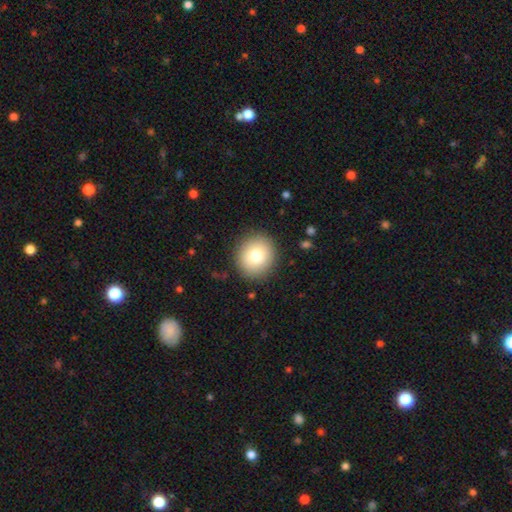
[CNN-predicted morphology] Smooth or featured?
  - smooth: 78% *
  - featured or disk: 12%
  - star or artifact: 10%
How rounded?
  - round: 85% *
  - in between: 15%
  - cigar-shaped: 1%
Merging?
  - none: 89% *
  - minor disturbance: 7%
  - major disturbance: 2%
  - merger: 1%